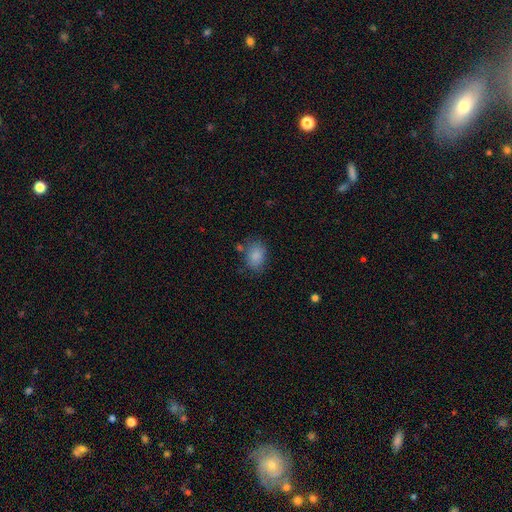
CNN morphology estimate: Smooth or featured? smooth (85%)
How rounded? in between (72%)
Merging? none (69%)